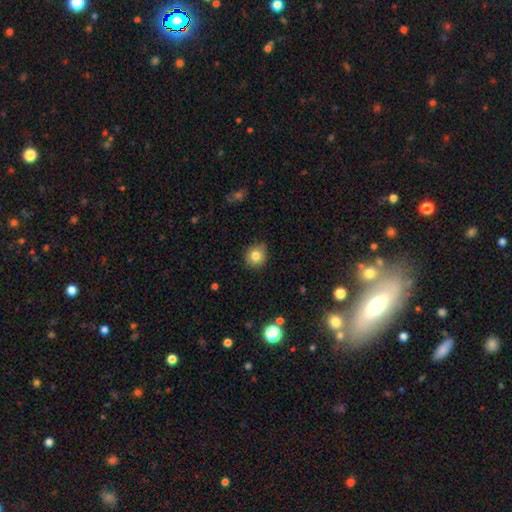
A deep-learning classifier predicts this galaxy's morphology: type=smooth (81%); roundness=round (90%); merging=none (86%).